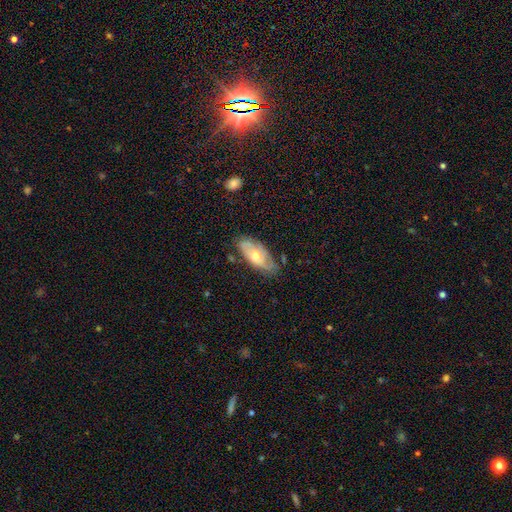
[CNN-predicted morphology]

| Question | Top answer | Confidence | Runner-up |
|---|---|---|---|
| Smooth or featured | featured or disk | 63% | smooth (30%) |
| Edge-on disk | no | 87% | yes (13%) |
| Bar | no | 76% | weak (20%) |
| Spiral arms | yes | 79% | no (21%) |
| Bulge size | moderate | 65% | small (30%) |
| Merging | none | 63% | minor disturbance (27%) |